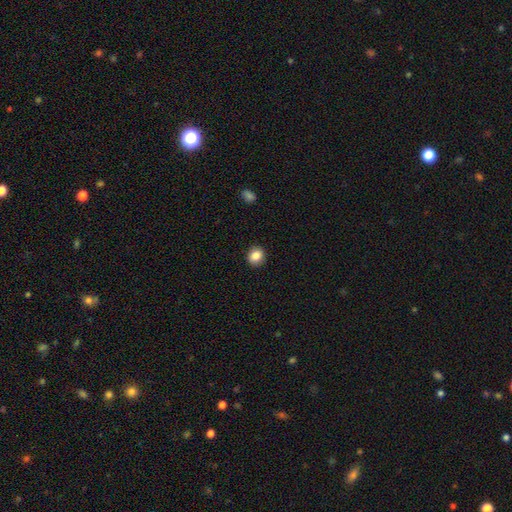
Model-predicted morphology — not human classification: Smooth or featured: smooth — 85% (star or artifact — 10%)
How rounded: round — 77% (in between — 22%)
Merging: none — 91% (minor disturbance — 6%)